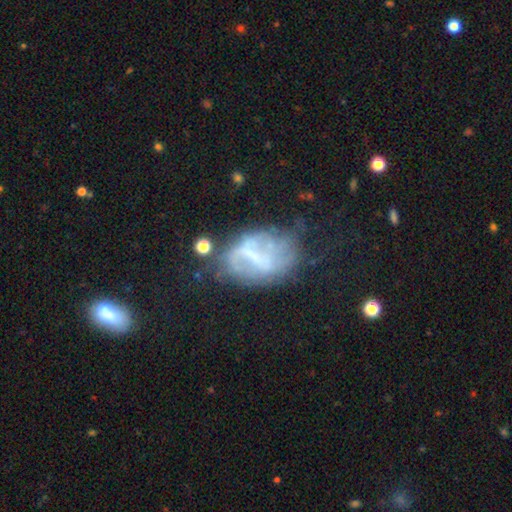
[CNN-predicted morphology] A featured or disk galaxy (60%) with a weak bar (35%), no spiral arms (62%) and no central bulge (54%).

Vote fractions:
- Smooth or featured? featured or disk: 60% / smooth: 27% / star or artifact: 13%
- Edge-on disk? no: 95% / yes: 5%
- Bar? weak: 35% / strong: 34% / no: 32%
- Spiral arms? no: 62% / yes: 38%
- Bulge size? none: 54% / small: 24% / moderate: 16% / large: 4% / dominant: 2%
- Merging? none: 38% / major disturbance: 28% / minor disturbance: 25% / merger: 8%